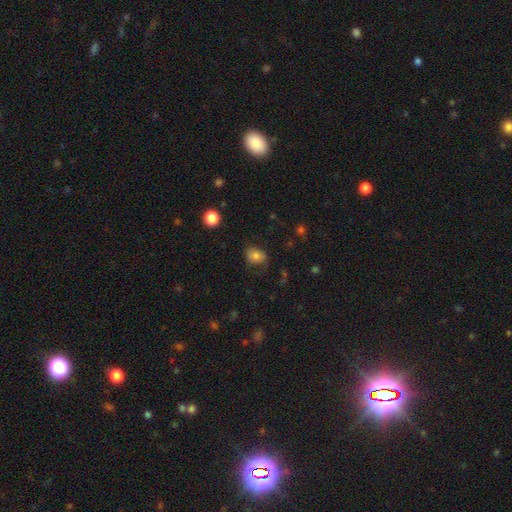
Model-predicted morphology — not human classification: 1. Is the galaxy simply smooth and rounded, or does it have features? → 78% smooth, 11% featured or disk, 11% star or artifact.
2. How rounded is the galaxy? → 60% in between, 39% round, 1% cigar-shaped.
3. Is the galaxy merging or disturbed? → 65% none, 24% minor disturbance, 9% major disturbance, 1% merger.